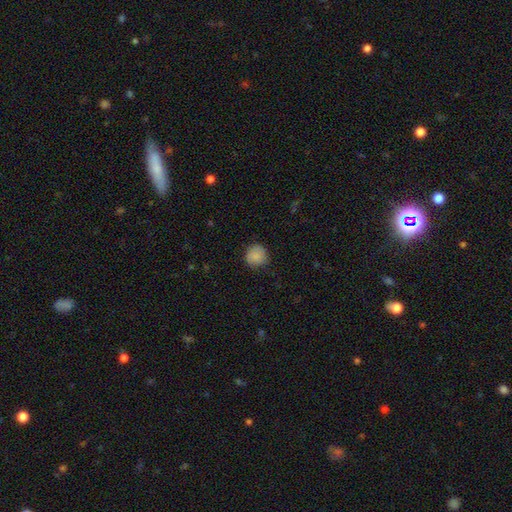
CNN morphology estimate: Smooth or featured? smooth (86%)
How rounded? round (91%)
Merging? none (81%)